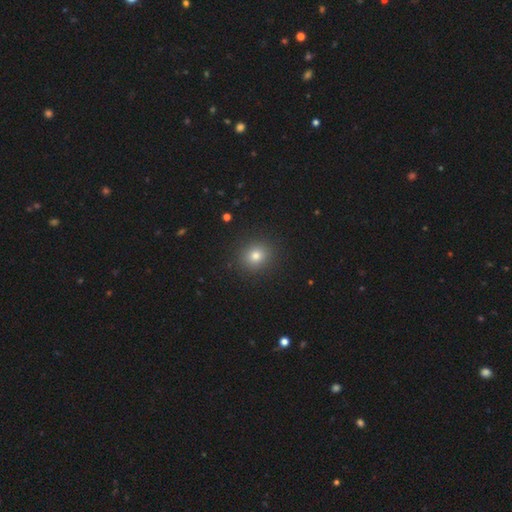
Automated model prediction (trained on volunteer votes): A smooth galaxy with no disk features (78%) that is round (83%). Merging: none (91%).